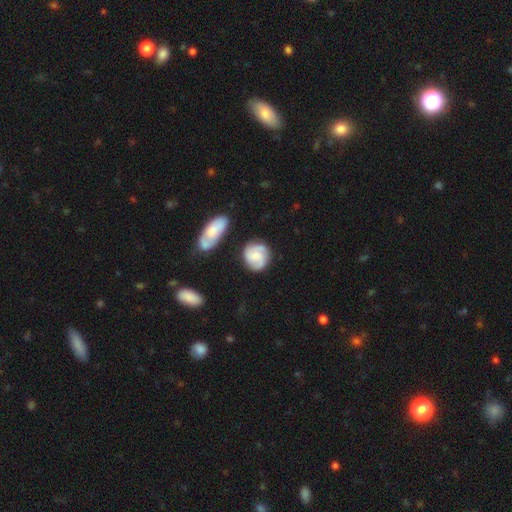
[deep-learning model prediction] smooth-or-featured: featured or disk: 57% | smooth: 37% | star or artifact: 6%
  disk-edge-on: no: 97% | yes: 3%
    bar: no: 65% | weak: 31% | strong: 4%
    has-spiral-arms: yes: 92% | no: 8%
      spiral-winding: tight: 43% | medium: 42% | loose: 15%
      spiral-arm-count: 2: 39% | 3: 33% | can't tell: 18% | 1: 4% | 4: 4% | more than 4: 3%
    bulge-size: small: 36% | moderate: 34% | none: 21% | large: 7% | dominant: 2%
  merging: none: 72% | minor disturbance: 17% | merger: 6% | major disturbance: 5%